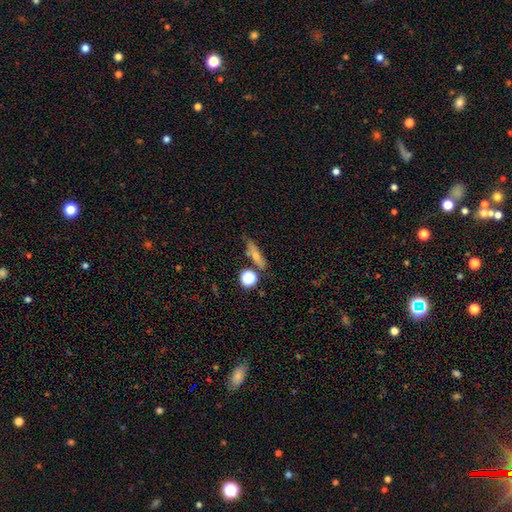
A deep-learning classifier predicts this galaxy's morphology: This appears to be a smooth galaxy with no disk features (64%) that is cigar-shaped (57%). Merging: none (66%).